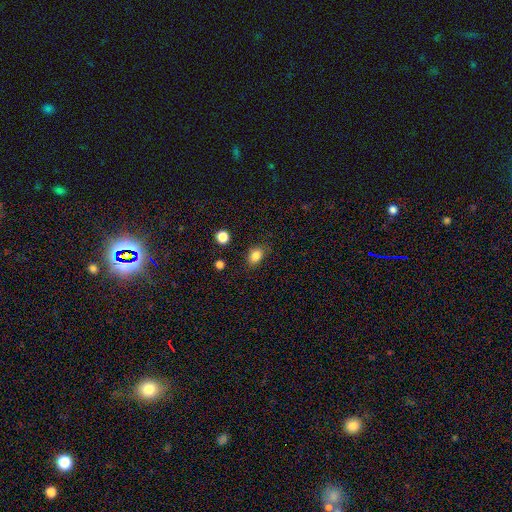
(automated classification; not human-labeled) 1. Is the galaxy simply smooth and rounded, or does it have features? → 84% smooth, 11% star or artifact, 6% featured or disk.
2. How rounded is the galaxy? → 68% in between, 30% round, 1% cigar-shaped.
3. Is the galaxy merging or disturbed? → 80% none, 14% minor disturbance, 4% major disturbance, 2% merger.